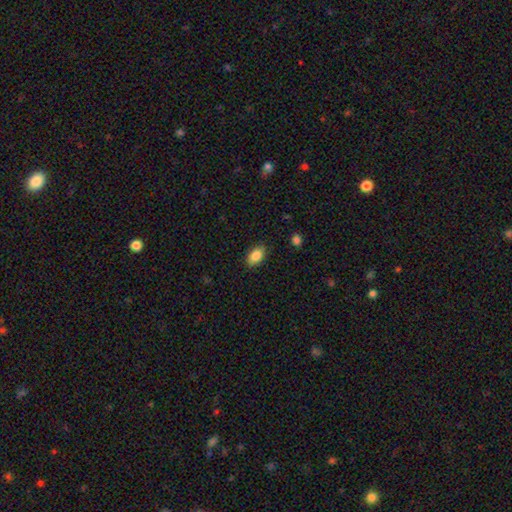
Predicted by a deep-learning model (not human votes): Smooth or featured? Predicted: smooth (p=0.86). How rounded? Predicted: in between (p=0.90). Merging? Predicted: none (p=0.86).